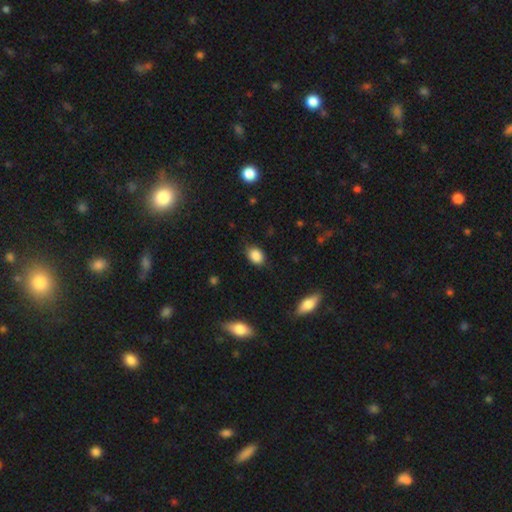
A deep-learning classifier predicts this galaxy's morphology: This is clearly a smooth galaxy (86%). How rounded: likely in between (71%). Merging: clearly none (80%).